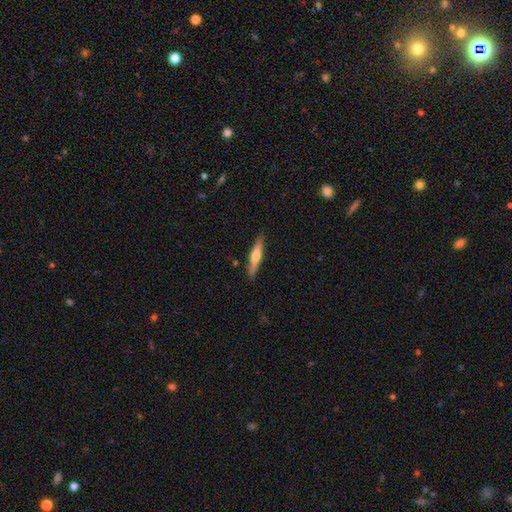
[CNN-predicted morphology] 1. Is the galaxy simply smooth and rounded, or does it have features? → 52% smooth, 43% featured or disk, 6% star or artifact.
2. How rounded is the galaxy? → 88% cigar-shaped, 10% in between, 1% round.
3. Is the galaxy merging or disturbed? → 86% none, 10% minor disturbance, 2% major disturbance, 2% merger.